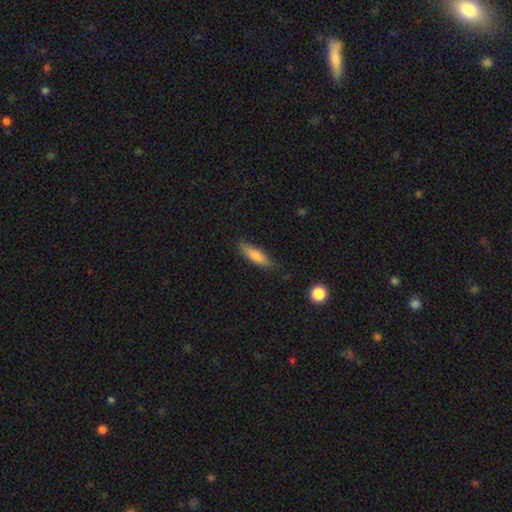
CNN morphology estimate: Overall: smooth (76%). How rounded: cigar-shaped (63%; in between 35%). Merging: none (80%).